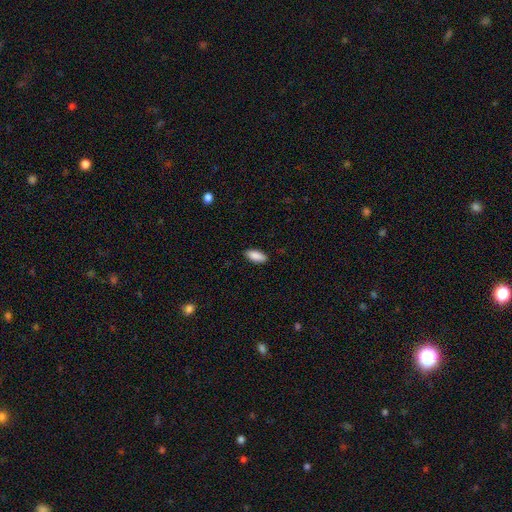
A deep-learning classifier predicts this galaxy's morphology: This is clearly a smooth galaxy (90%). How rounded: clearly in between (84%). Merging: clearly none (88%).